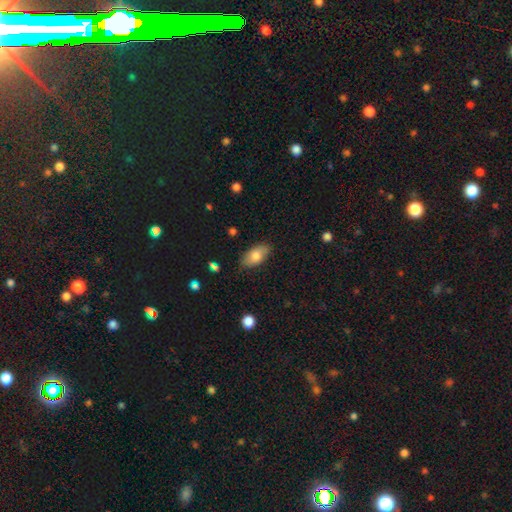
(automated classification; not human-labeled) smooth_or_featured: smooth (p=0.79) [alt: featured or disk p=0.14]
how_rounded: in between (p=0.91) [alt: cigar-shaped p=0.05]
merging: none (p=0.83) [alt: minor disturbance p=0.13]